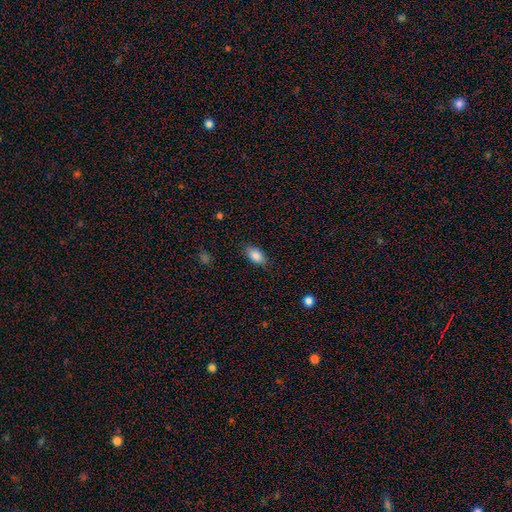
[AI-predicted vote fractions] A smooth galaxy with no disk features (86%) that is in between round and cigar-shaped (91%). Merging: none (81%).